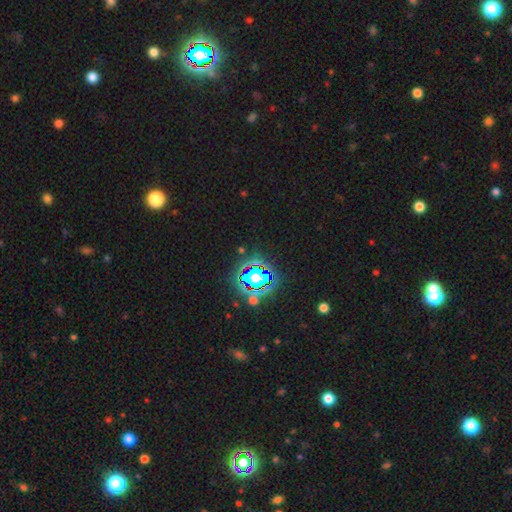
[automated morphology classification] A star or artifact, not a galaxy (78%).

Vote fractions:
- Smooth or featured? star or artifact: 78% / smooth: 15% / featured or disk: 8%